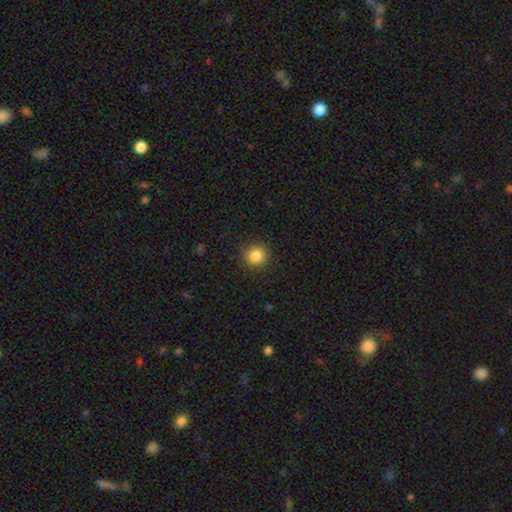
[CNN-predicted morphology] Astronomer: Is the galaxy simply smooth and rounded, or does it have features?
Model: smooth — 85%.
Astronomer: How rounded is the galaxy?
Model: round — 92%.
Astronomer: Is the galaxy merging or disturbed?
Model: none — 89%.